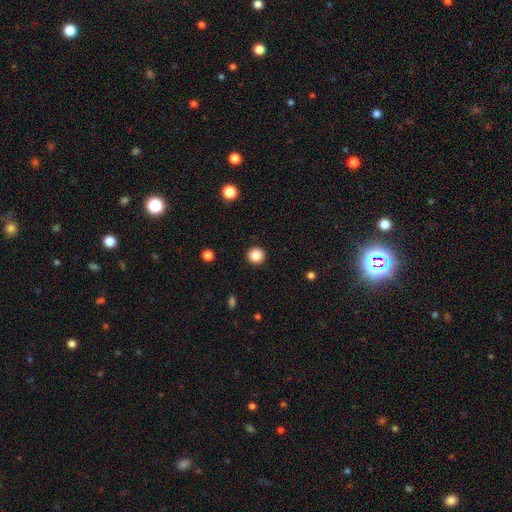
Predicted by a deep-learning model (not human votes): Smooth or featured?
  - smooth: 86% *
  - star or artifact: 10%
  - featured or disk: 3%
How rounded?
  - round: 95% *
  - in between: 4%
  - cigar-shaped: 1%
Merging?
  - none: 92% *
  - minor disturbance: 5%
  - major disturbance: 2%
  - merger: 1%